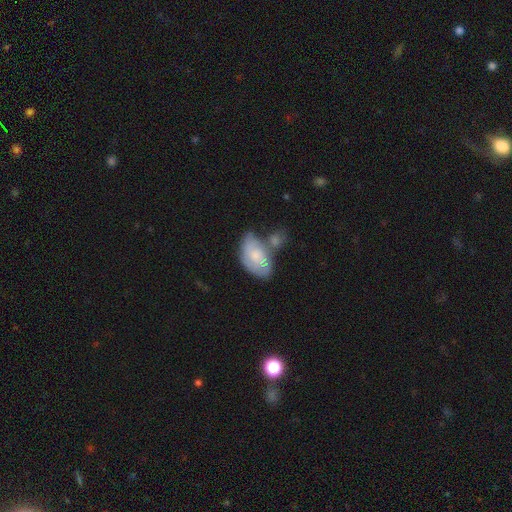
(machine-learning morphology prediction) This appears to be a smooth galaxy with no disk features (56%) that is in between round and cigar-shaped (91%). Merging: none (34%).